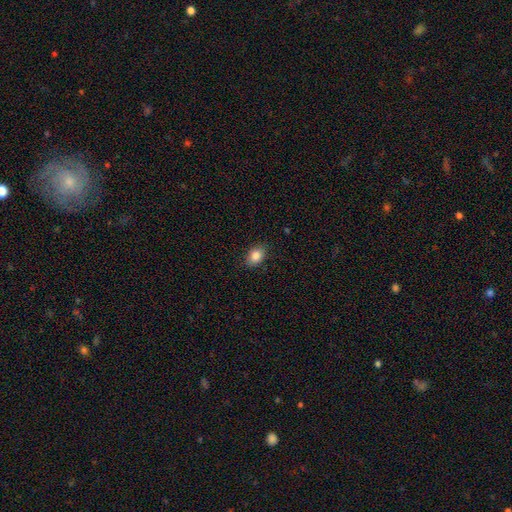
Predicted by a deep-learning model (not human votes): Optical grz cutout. It shows a smooth galaxy with no disk features (86%) that is in between round and cigar-shaped (75%). Merging: none (86%).